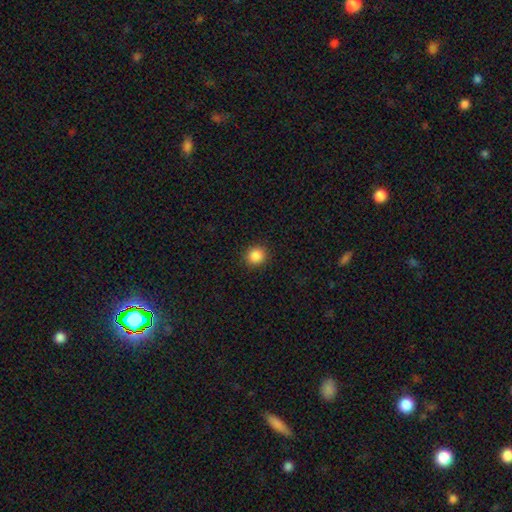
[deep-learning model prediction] Smooth or featured?
  - smooth: 87% *
  - star or artifact: 10%
  - featured or disk: 3%
How rounded?
  - round: 87% *
  - in between: 12%
  - cigar-shaped: 1%
Merging?
  - none: 91% *
  - minor disturbance: 6%
  - major disturbance: 2%
  - merger: 1%